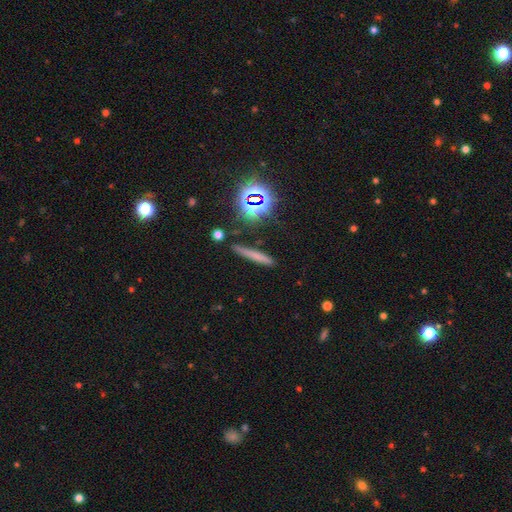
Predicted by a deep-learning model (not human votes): smooth 58%, featured or disk 21%, star or artifact 21%. Down the decision tree: how rounded — cigar-shaped (90%); merging — none (82%).